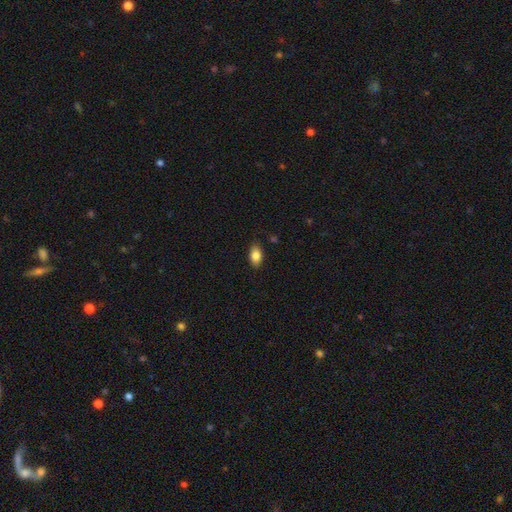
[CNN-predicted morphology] smooth_or_featured: smooth (p=0.84) [alt: featured or disk p=0.09]
how_rounded: in between (p=0.88) [alt: round p=0.08]
merging: none (p=0.85) [alt: minor disturbance p=0.12]